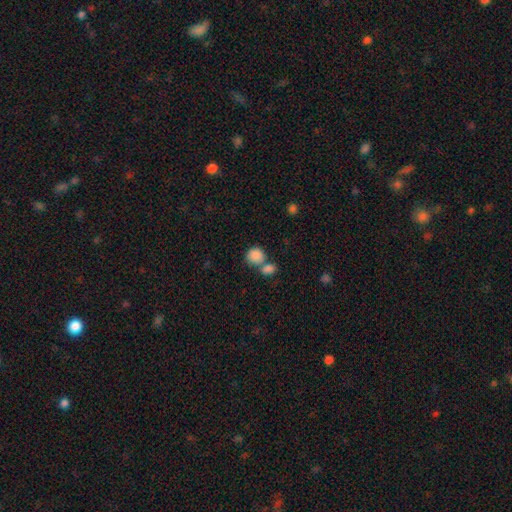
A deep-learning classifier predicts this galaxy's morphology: Smooth or featured? smooth (86%)
How rounded? round (71%)
Merging? merger (48%)